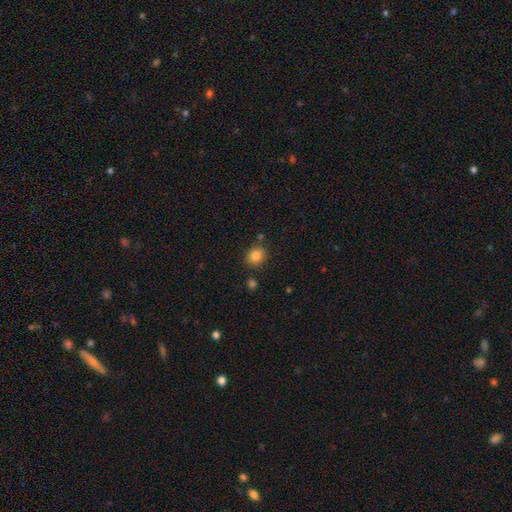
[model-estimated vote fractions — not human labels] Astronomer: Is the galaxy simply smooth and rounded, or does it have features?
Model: smooth — 83%.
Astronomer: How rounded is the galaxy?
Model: round — 77%.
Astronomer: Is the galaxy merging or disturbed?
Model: none — 82%.